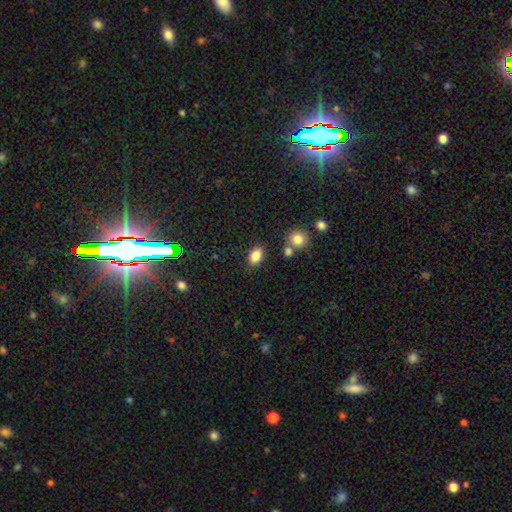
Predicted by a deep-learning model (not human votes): smooth-or-featured: smooth: 84% | star or artifact: 10% | featured or disk: 6%
  how-rounded: in between: 82% | round: 16% | cigar-shaped: 2%
  merging: none: 79% | minor disturbance: 11% | merger: 7% | major disturbance: 3%